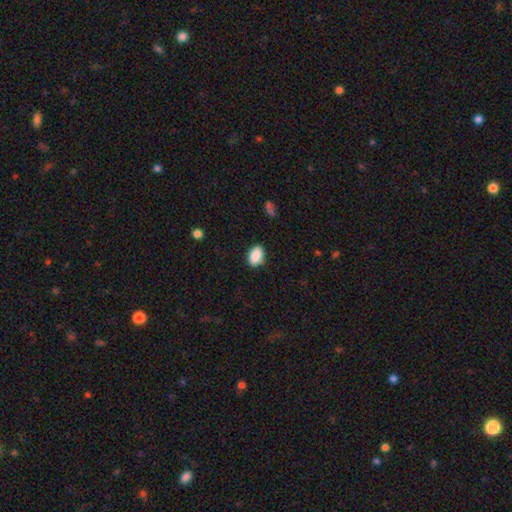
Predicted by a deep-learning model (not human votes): The model was most divided on "merging": none: 83%, minor disturbance: 13%, major disturbance: 3%, merger: 1%. More confident: smooth or featured — smooth (88%); how rounded — in between (87%).